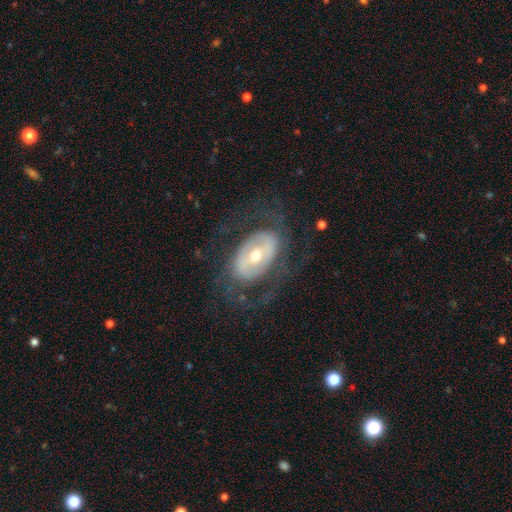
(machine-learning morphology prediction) type=featured or disk (74%); edge-on=no (93%); bar=weak (36%); spiral arms=yes (62%); bulge=moderate (60%); merging=none (68%).